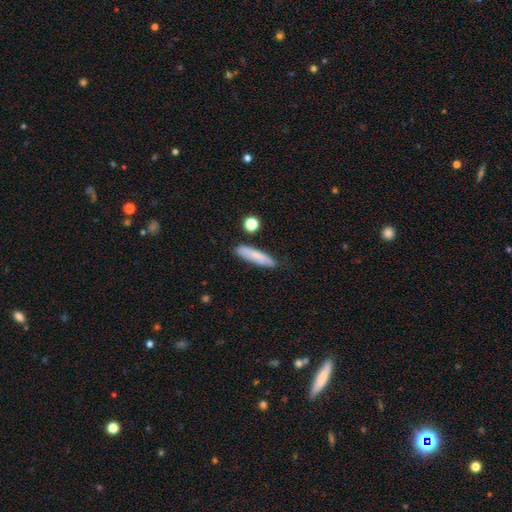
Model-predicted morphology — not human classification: This is likely a smooth galaxy (73%). How rounded: clearly cigar-shaped (81%). Merging: likely none (78%).